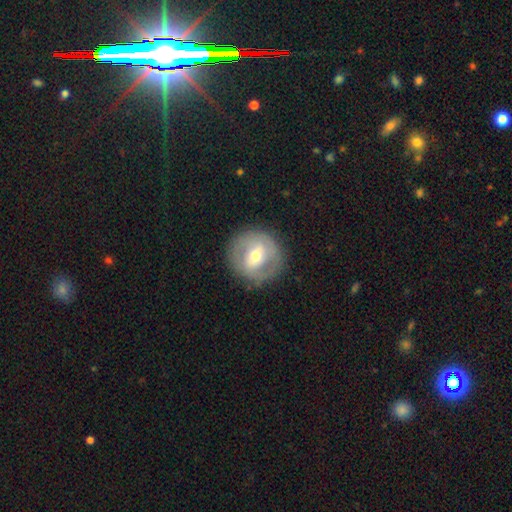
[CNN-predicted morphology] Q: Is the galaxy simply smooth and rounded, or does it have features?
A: featured or disk — 56%.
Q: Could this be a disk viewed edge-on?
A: no — 95%.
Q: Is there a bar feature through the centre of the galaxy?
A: weak — 43%.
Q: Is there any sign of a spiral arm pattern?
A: no — 54%.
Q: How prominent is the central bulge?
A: moderate — 68%.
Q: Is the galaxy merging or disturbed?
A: none — 84%.